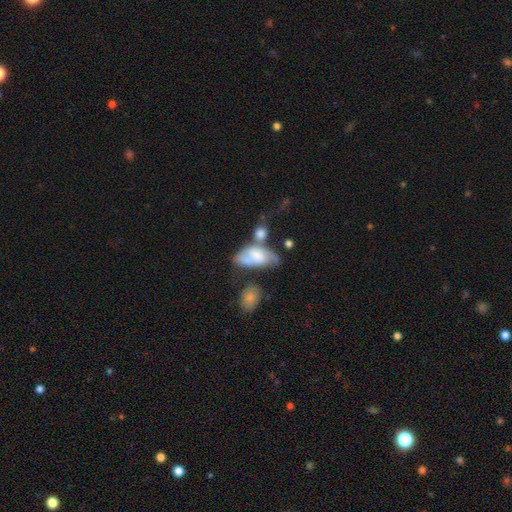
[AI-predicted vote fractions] This appears to be a smooth galaxy with no disk features (56%) that is in between round and cigar-shaped (91%). Merging: merger (34%).